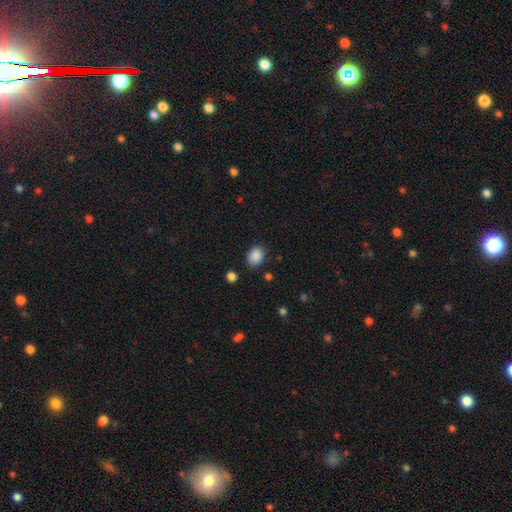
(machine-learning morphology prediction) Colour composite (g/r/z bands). It shows a smooth galaxy with no disk features (88%) that is in between round and cigar-shaped (64%). Merging: none (81%).